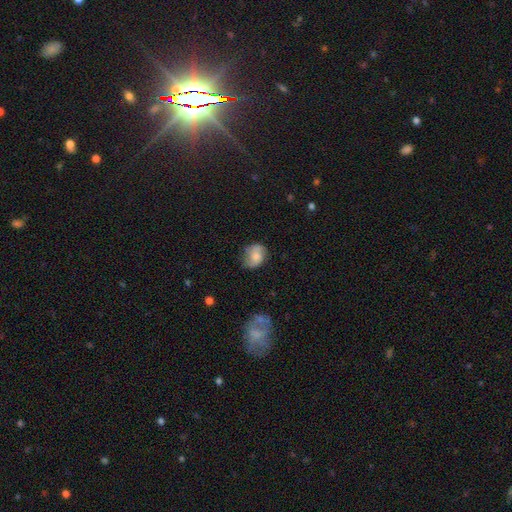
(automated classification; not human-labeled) This appears to be a smooth galaxy with no disk features (57%) that is round (50%). Merging: none (62%).